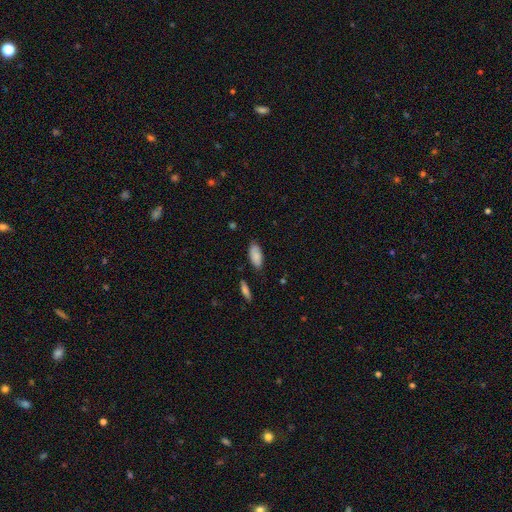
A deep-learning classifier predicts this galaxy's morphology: The model was most divided on "merging": none: 79%, minor disturbance: 16%, major disturbance: 3%, merger: 3%. More confident: how rounded — in between (87%); smooth or featured — smooth (87%).